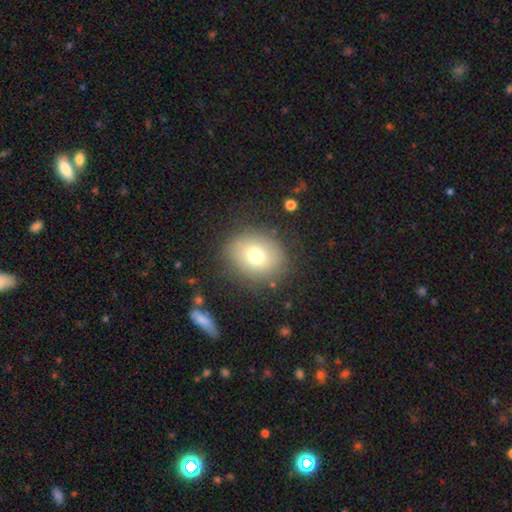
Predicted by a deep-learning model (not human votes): Smooth or featured?
  - smooth: 73% *
  - featured or disk: 15%
  - star or artifact: 12%
How rounded?
  - round: 65% *
  - in between: 34%
  - cigar-shaped: 1%
Merging?
  - none: 83% *
  - minor disturbance: 11%
  - major disturbance: 4%
  - merger: 2%